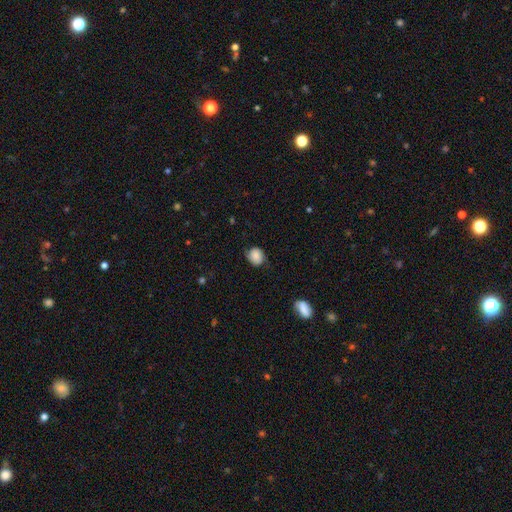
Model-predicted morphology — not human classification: Smooth or featured?
  - smooth: 71% *
  - featured or disk: 19%
  - star or artifact: 10%
How rounded?
  - round: 63% *
  - in between: 36%
  - cigar-shaped: 1%
Merging?
  - none: 63% *
  - minor disturbance: 28%
  - major disturbance: 8%
  - merger: 1%